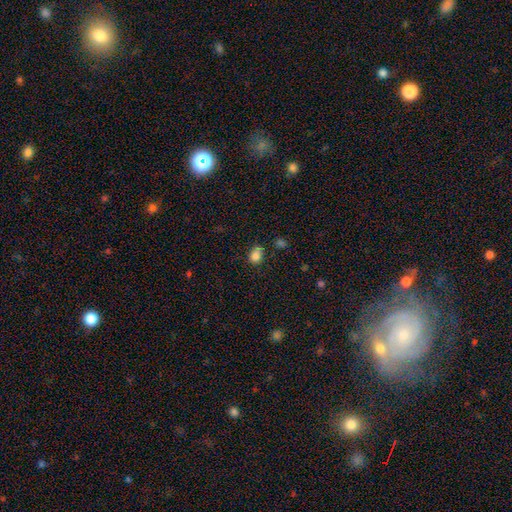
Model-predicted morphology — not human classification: A smooth galaxy with no disk features (82%) that is in between round and cigar-shaped (60%).

Vote fractions:
- Smooth or featured? smooth: 82% / star or artifact: 11% / featured or disk: 6%
- How rounded? in between: 60% / round: 39% / cigar-shaped: 1%
- Merging? none: 52% / minor disturbance: 32% / major disturbance: 9% / merger: 8%